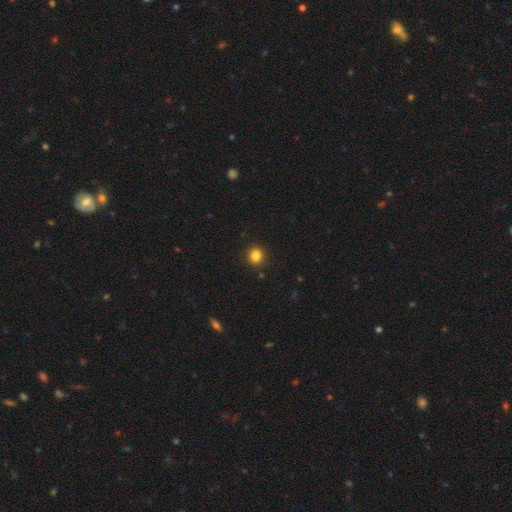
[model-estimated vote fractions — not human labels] smooth 84%, star or artifact 12%, featured or disk 4%. Down the decision tree: how rounded — round (83%); merging — none (91%).